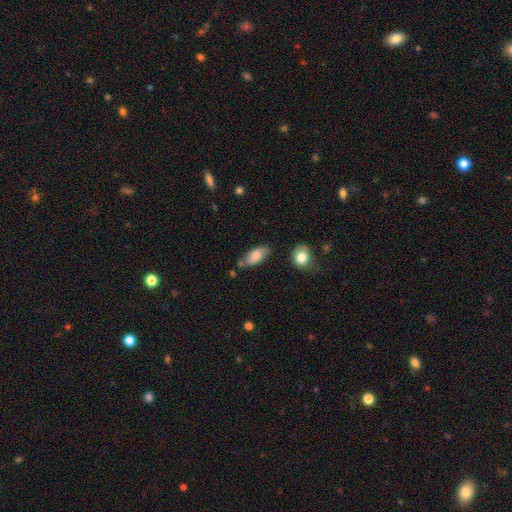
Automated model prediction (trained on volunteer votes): Smooth or featured?
  - smooth: 76% *
  - featured or disk: 17%
  - star or artifact: 7%
How rounded?
  - in between: 90% *
  - cigar-shaped: 6%
  - round: 4%
Merging?
  - none: 69% *
  - minor disturbance: 19%
  - merger: 8%
  - major disturbance: 4%